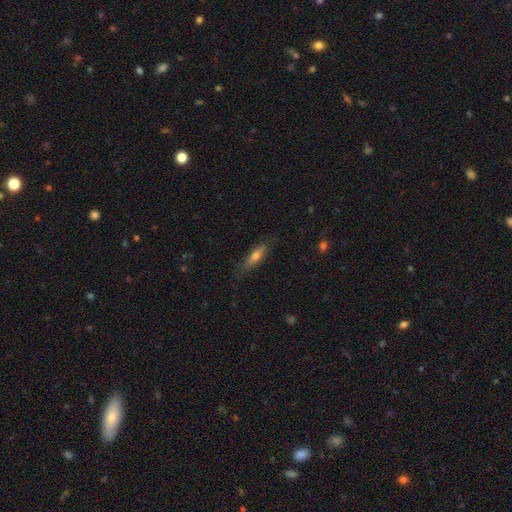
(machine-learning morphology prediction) The model was most divided on "how rounded": cigar-shaped: 66%, in between: 32%, round: 2%. More confident: merging — none (79%); smooth or featured — smooth (64%).